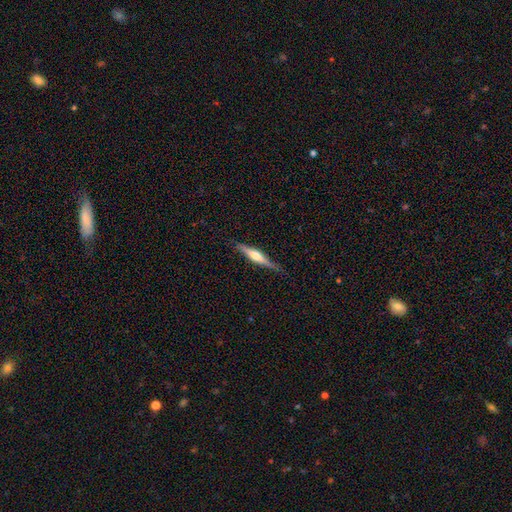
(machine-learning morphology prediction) Overall: featured or disk (64%; smooth 31%). Edge-on disk: yes (97%). Edge-on bulge: rounded (80%). Merging: none (84%).